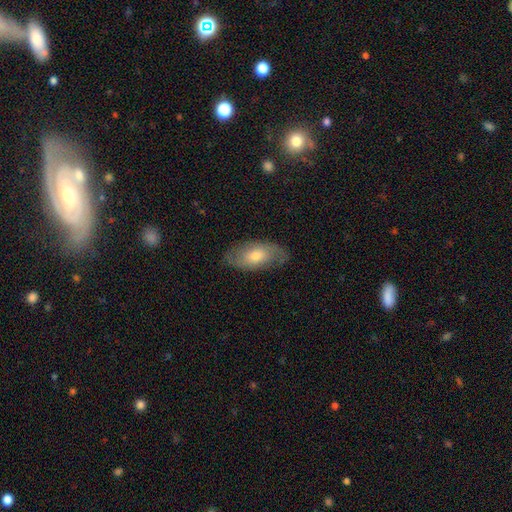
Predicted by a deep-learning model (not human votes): Morphology: type=smooth (49%); merging=none (77%).